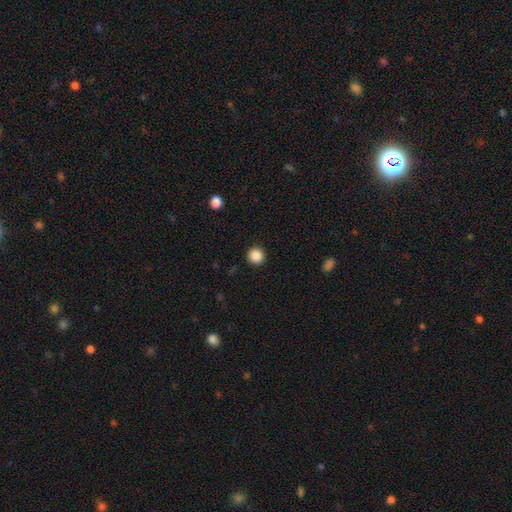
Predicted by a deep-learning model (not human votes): smooth 87%, star or artifact 10%, featured or disk 3%. Down the decision tree: how rounded — round (95%); merging — none (93%).